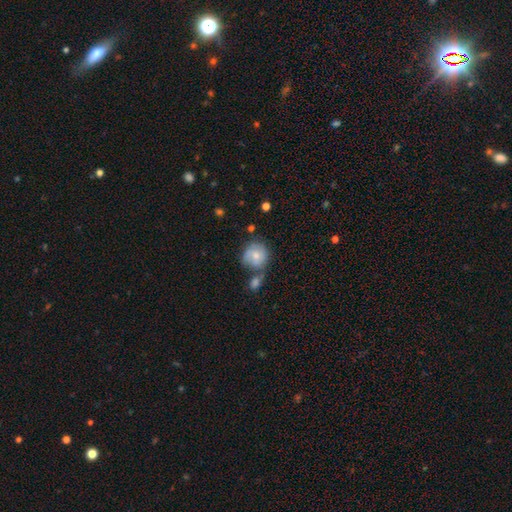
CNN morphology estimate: smooth_or_featured: smooth (p=0.64) [alt: featured or disk p=0.28]
how_rounded: round (p=0.82) [alt: in between p=0.17]
merging: none (p=0.40) [alt: merger p=0.31]